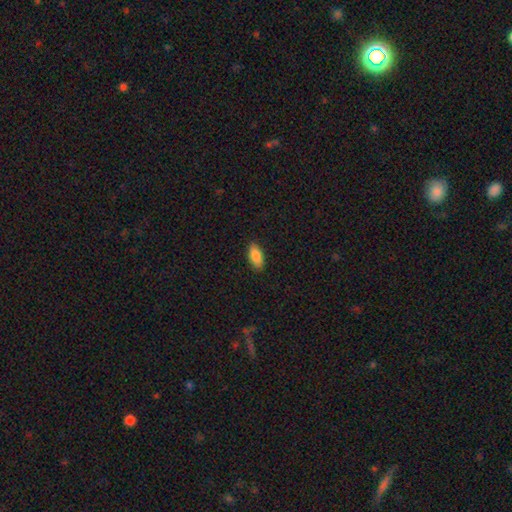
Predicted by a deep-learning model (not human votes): Smooth or featured? Predicted: smooth (p=0.86). How rounded? Predicted: in between (p=0.87). Merging? Predicted: none (p=0.88).